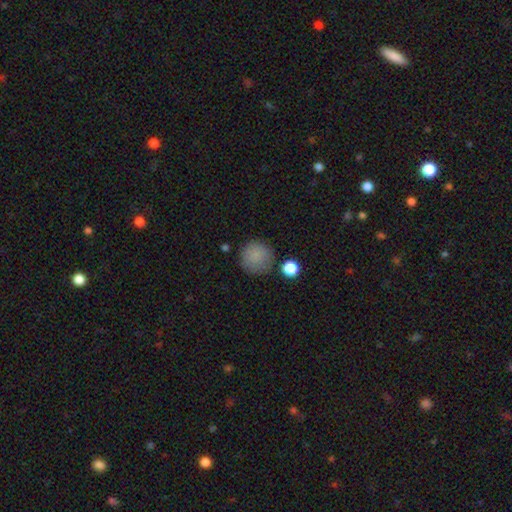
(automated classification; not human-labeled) Smooth or featured?
  - smooth: 84% *
  - star or artifact: 10%
  - featured or disk: 6%
How rounded?
  - round: 94% *
  - in between: 5%
  - cigar-shaped: 1%
Merging?
  - none: 79% *
  - minor disturbance: 12%
  - merger: 5%
  - major disturbance: 4%